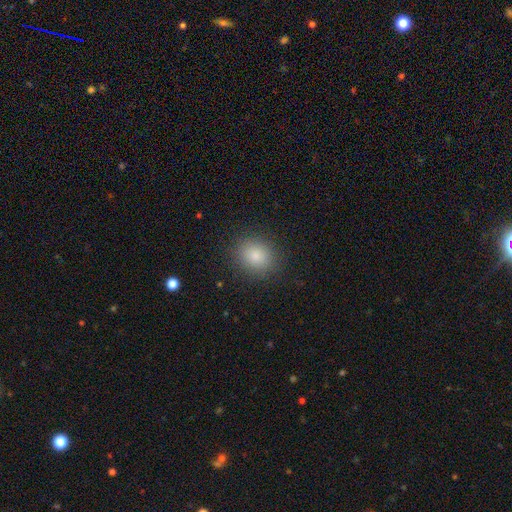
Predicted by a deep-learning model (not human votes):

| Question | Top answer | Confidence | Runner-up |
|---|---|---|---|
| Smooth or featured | smooth | 83% | star or artifact (11%) |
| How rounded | round | 68% | in between (31%) |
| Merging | none | 88% | minor disturbance (8%) |